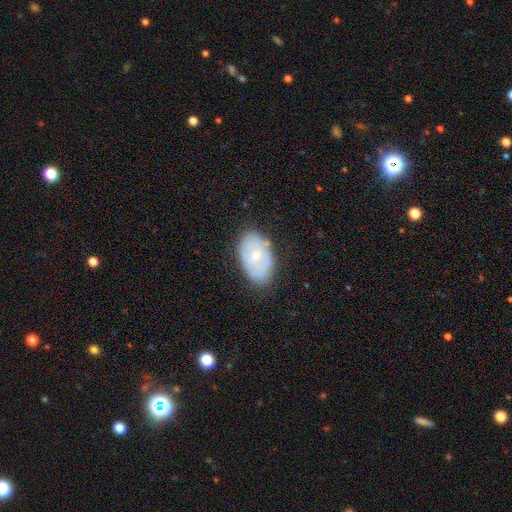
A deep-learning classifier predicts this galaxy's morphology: A featured or disk galaxy (47%). Merging: none (77%).